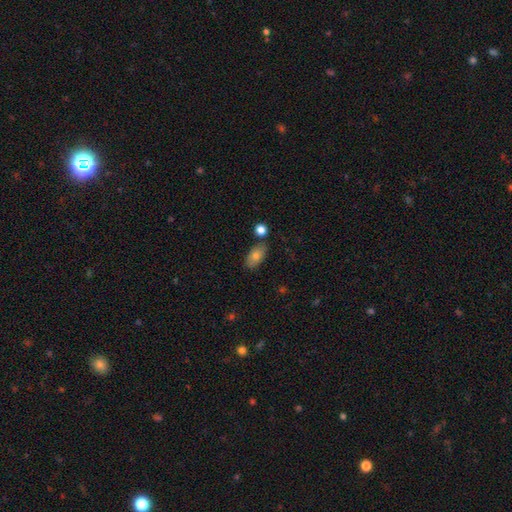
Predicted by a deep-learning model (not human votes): Smooth or featured? smooth (77%)
How rounded? in between (90%)
Merging? none (76%)